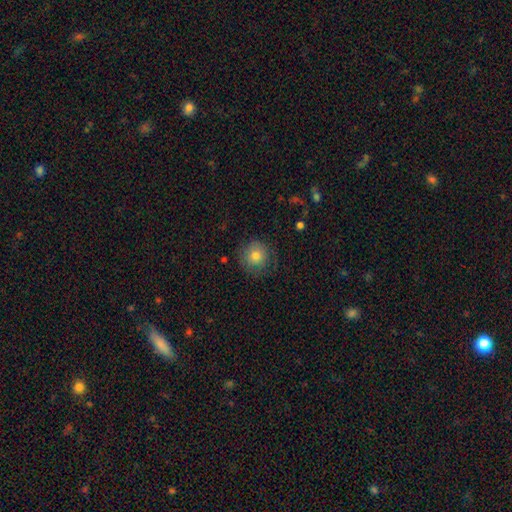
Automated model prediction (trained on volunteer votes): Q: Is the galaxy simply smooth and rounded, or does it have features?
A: smooth — 78%.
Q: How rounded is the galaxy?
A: round — 92%.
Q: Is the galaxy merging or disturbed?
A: none — 78%.